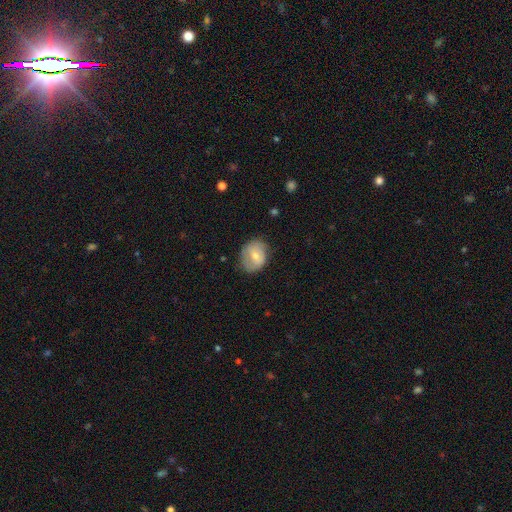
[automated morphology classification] This appears to be a smooth galaxy with no disk features (57%) that is round (51%). Merging: none (69%).